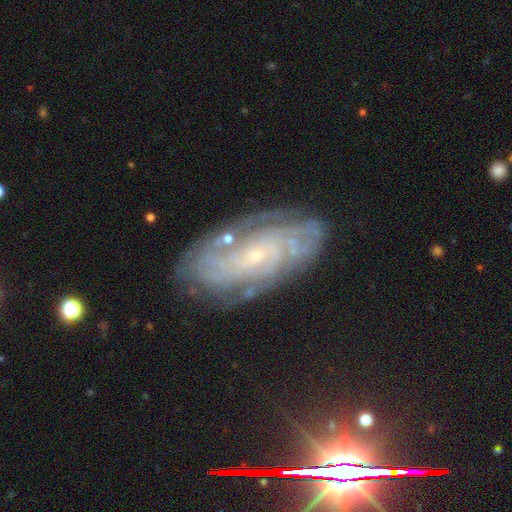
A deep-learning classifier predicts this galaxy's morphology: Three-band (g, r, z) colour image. It shows a featured or disk galaxy (82%) with no bar (69%), tight (74%) spiral arms (95%) and a small central bulge (83%). Merging: none (78%).